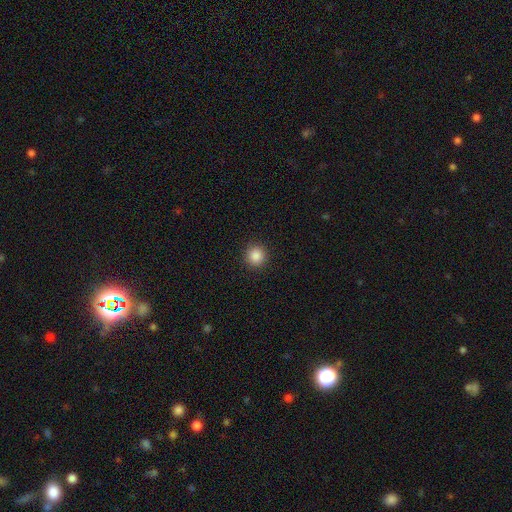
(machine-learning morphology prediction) A smooth galaxy with no disk features (87%) that is round (94%).

Vote fractions:
- Smooth or featured? smooth: 87% / star or artifact: 10% / featured or disk: 3%
- How rounded? round: 94% / in between: 5% / cigar-shaped: 1%
- Merging? none: 92% / minor disturbance: 5% / major disturbance: 2% / merger: 1%